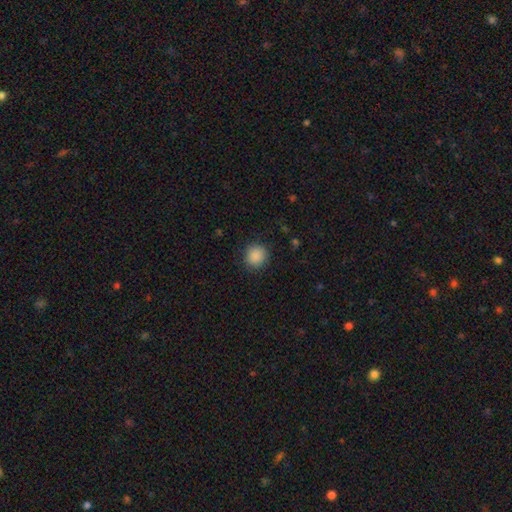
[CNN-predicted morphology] smooth 88%, star or artifact 9%, featured or disk 3%. Down the decision tree: how rounded — round (90%); merging — none (89%).